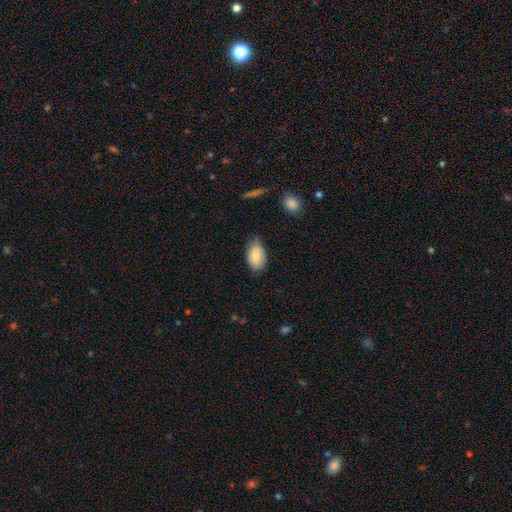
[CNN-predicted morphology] A smooth galaxy with no disk features (84%) that is in between round and cigar-shaped (90%). Merging: none (60%).